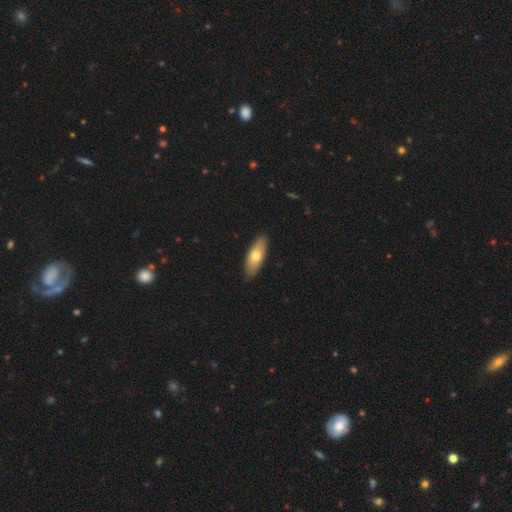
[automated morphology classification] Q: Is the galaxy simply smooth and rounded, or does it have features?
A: smooth — 67%.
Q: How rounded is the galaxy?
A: in between — 74%.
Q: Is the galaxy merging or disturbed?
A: none — 88%.